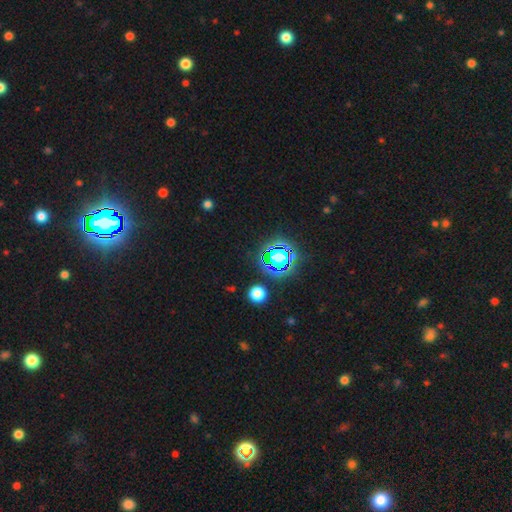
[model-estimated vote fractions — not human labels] star or artifact 80%, smooth 13%, featured or disk 7%.